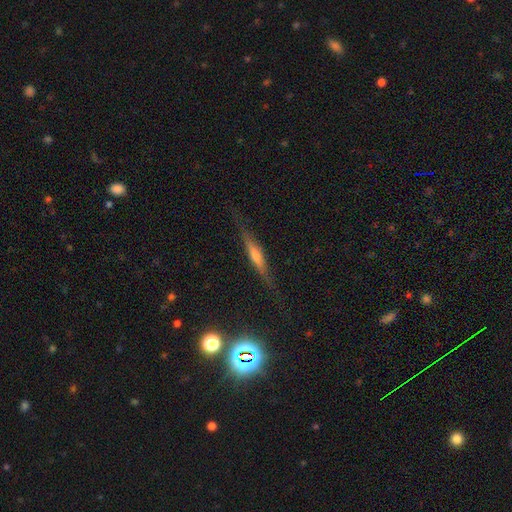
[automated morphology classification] Smooth or featured? featured or disk (60%)
Edge-on disk? yes (94%)
Edge-on bulge? rounded (59%)
Merging? none (82%)